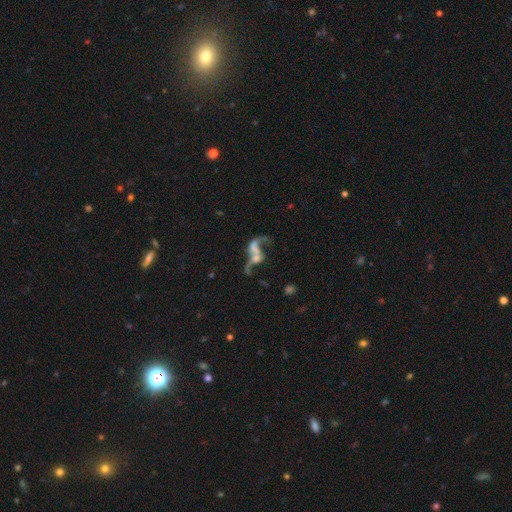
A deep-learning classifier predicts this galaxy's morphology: The model was most divided on "spiral arms": no: 59%, yes: 41%. Remaining: edge-on disk — no (92%); bar — no (75%); smooth or featured — featured or disk (61%); bulge size — none (53%); merging — merger (48%).